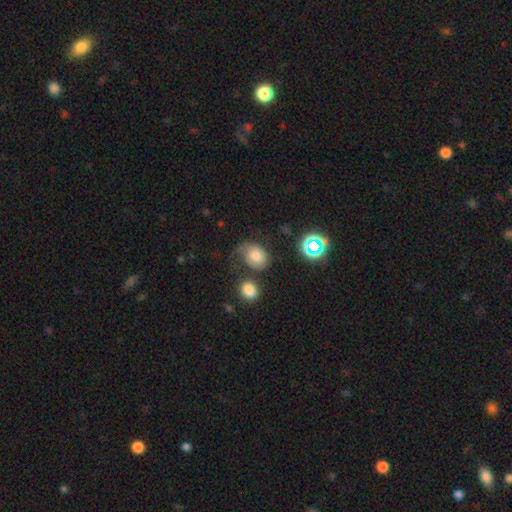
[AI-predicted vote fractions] The model was most divided on "merging": none: 42%, minor disturbance: 29%, major disturbance: 20%, merger: 8%. More confident: smooth or featured — smooth (67%); how rounded — in between (59%).